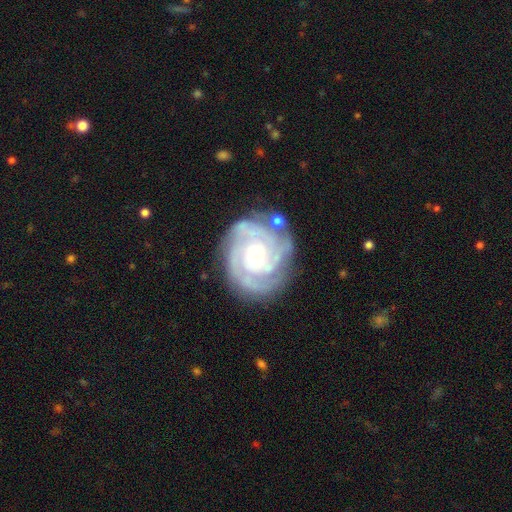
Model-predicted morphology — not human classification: The model was most divided on "spiral arm count": 3: 34%, can't tell: 21%, 2: 19%, 4: 16%, more than 4: 6%, 1: 5%. More confident: edge-on disk — no (98%); spiral arms — yes (97%); smooth or featured — featured or disk (87%); bar — no (75%); merging — none (74%); spiral winding — tight (74%); bulge size — small (65%).